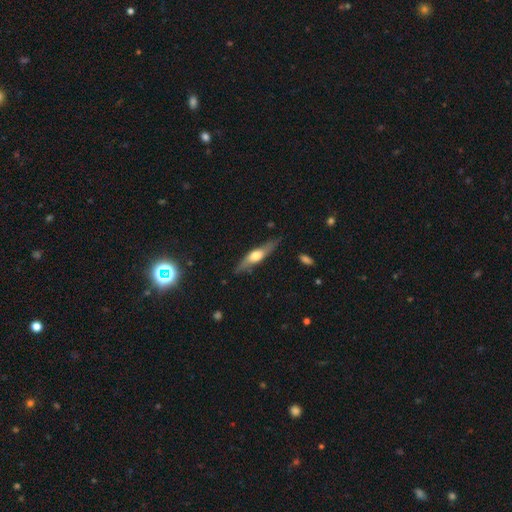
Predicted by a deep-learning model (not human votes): Smooth or featured? featured or disk (56%)
Edge-on disk? yes (86%)
Merging? none (78%)